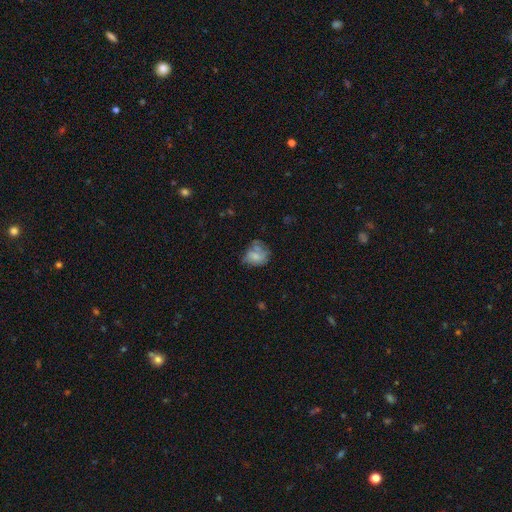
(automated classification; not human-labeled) This is likely a smooth galaxy (60%). How rounded: possibly round (51%). Merging: marginally none (43%).